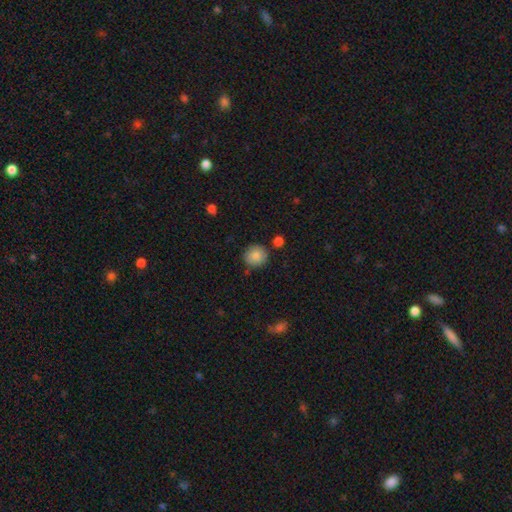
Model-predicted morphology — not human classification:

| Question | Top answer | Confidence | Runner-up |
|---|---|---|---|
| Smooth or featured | smooth | 86% | star or artifact (8%) |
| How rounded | round | 89% | in between (10%) |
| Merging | none | 83% | minor disturbance (11%) |